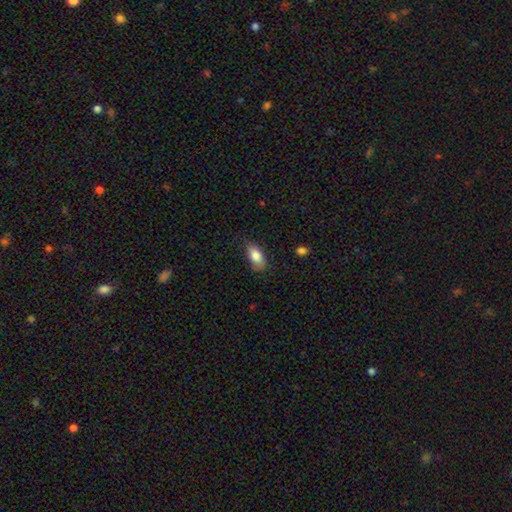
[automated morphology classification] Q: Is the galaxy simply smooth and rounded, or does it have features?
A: smooth — 83%.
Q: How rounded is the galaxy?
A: in between — 89%.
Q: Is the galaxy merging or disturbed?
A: none — 67%.